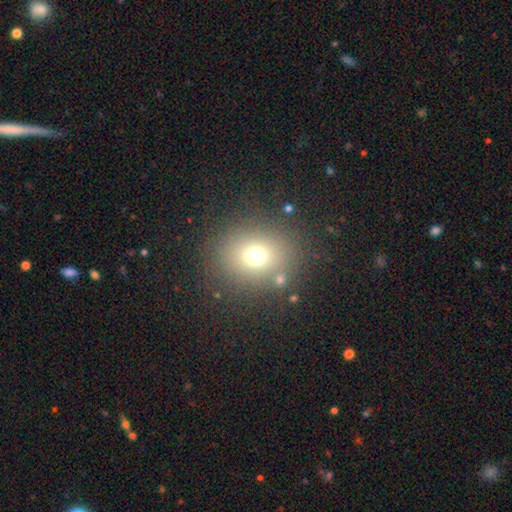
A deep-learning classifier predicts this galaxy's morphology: Smooth or featured? Predicted: smooth (p=0.70). How rounded? Predicted: round (p=0.70). Merging? Predicted: none (p=0.81).